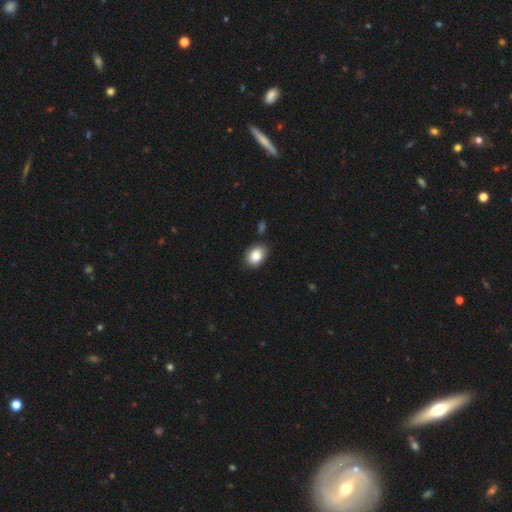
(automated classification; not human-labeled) The model was most divided on "how rounded": in between: 69%, round: 30%, cigar-shaped: 1%. More confident: smooth or featured — smooth (85%); merging — none (80%).